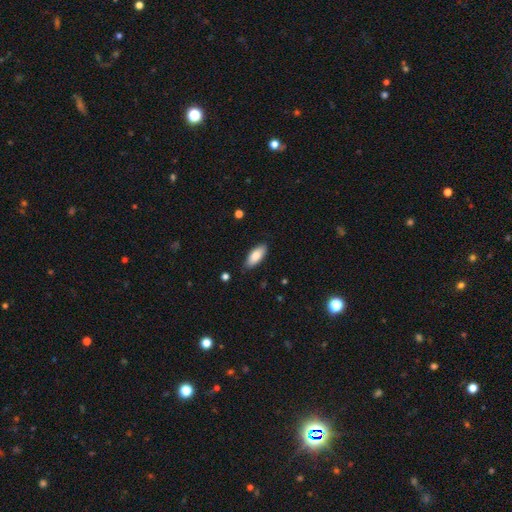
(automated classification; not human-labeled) A smooth galaxy with no disk features (84%) that is in between round and cigar-shaped (82%). Merging: none (85%).